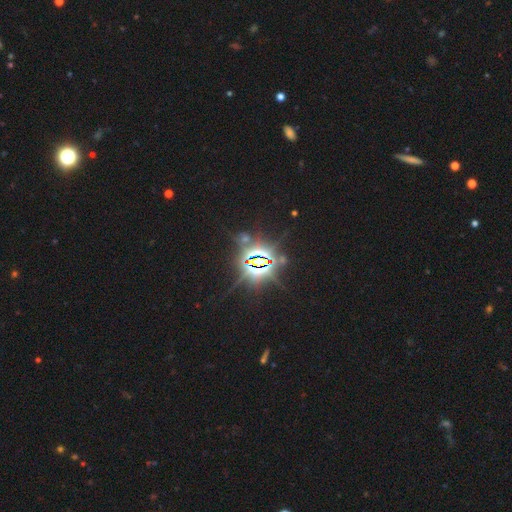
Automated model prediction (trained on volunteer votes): A star or artifact, not a galaxy (87%).